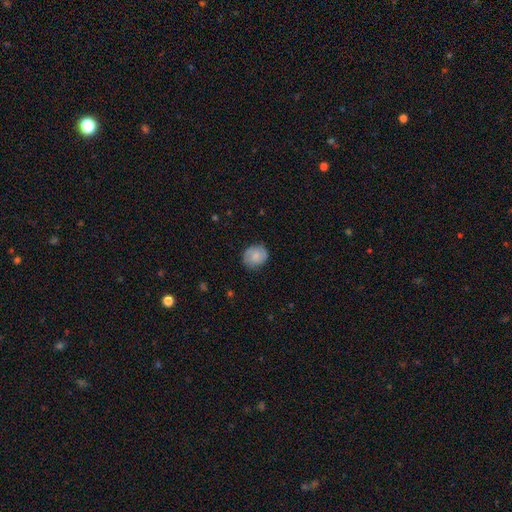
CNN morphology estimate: smooth-or-featured: smooth: 70% | featured or disk: 22% | star or artifact: 7%
  how-rounded: round: 68% | in between: 31% | cigar-shaped: 1%
  merging: none: 80% | minor disturbance: 15% | major disturbance: 3% | merger: 1%